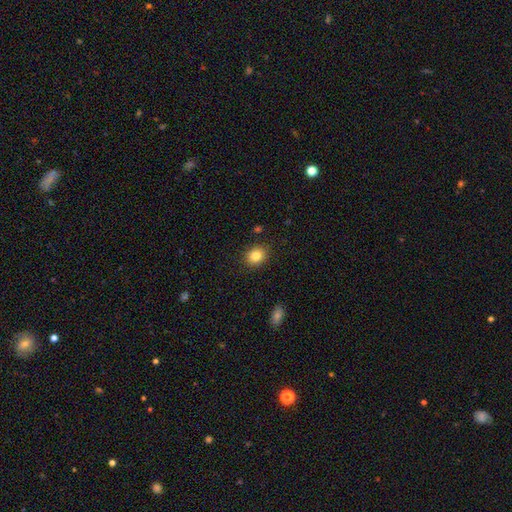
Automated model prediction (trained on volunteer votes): This appears to be a smooth galaxy with no disk features (83%) that is round (64%). Merging: none (89%).